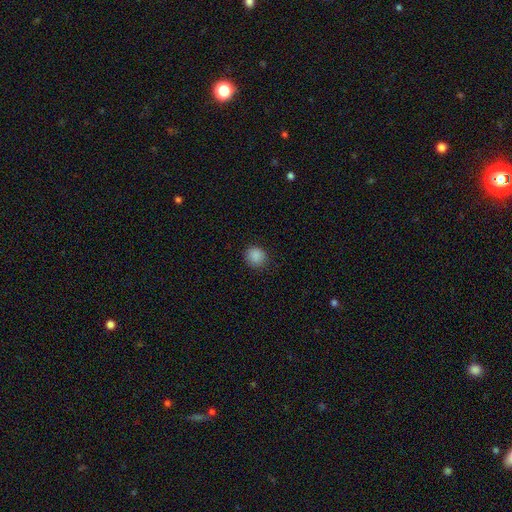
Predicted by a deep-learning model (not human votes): smooth 87%, star or artifact 10%, featured or disk 3%. Down the decision tree: how rounded — round (85%); merging — none (87%).